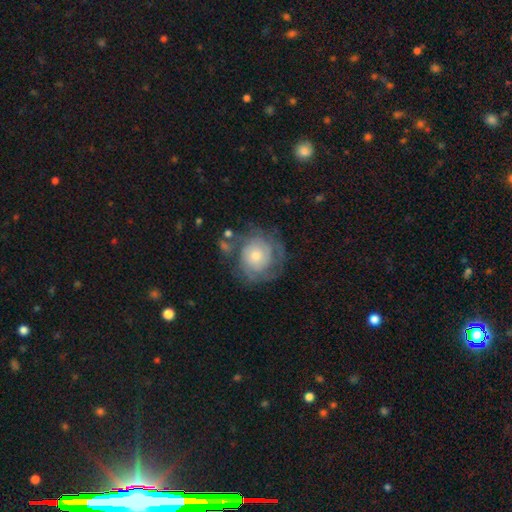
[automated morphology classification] featured or disk 60%, smooth 32%, star or artifact 8%. Down the decision tree: edge-on disk — no (97%); bar — no (84%); spiral arms — yes (74%); bulge size — moderate (51%); merging — none (65%).